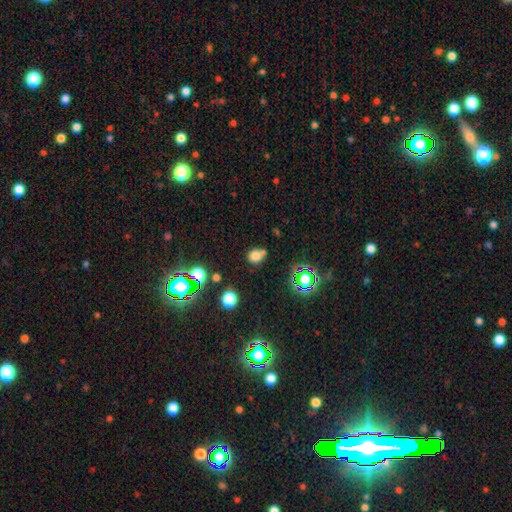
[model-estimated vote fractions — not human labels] This is likely a smooth galaxy (73%). How rounded: likely round (77%). Merging: possibly none (57%).